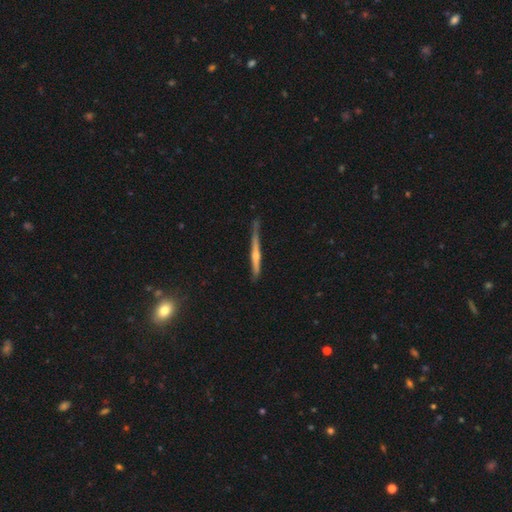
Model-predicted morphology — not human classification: This is likely a featured or disk galaxy (72%). It is clearly viewed edge-on (97%). Edge-on bulge: likely rounded (72%). Merging: likely none (79%).